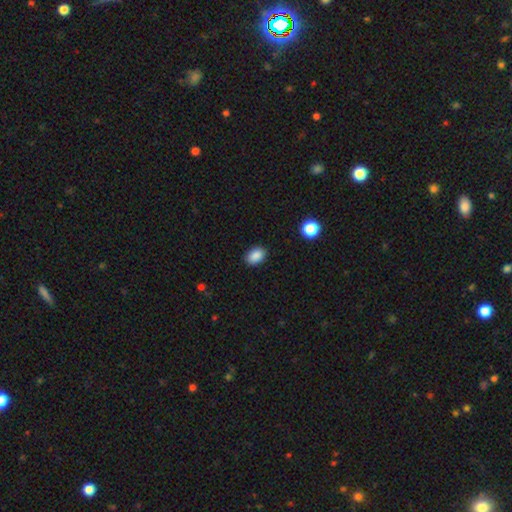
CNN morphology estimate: smooth_or_featured: smooth (p=0.88) [alt: star or artifact p=0.09]
how_rounded: in between (p=0.83) [alt: round p=0.16]
merging: none (p=0.89) [alt: minor disturbance p=0.08]